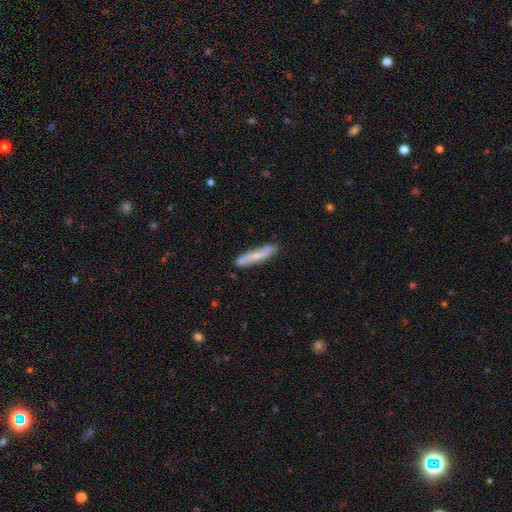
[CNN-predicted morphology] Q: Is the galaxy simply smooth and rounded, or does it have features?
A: smooth — 50%.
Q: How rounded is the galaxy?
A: cigar-shaped — 87%.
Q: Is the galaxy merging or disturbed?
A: none — 81%.